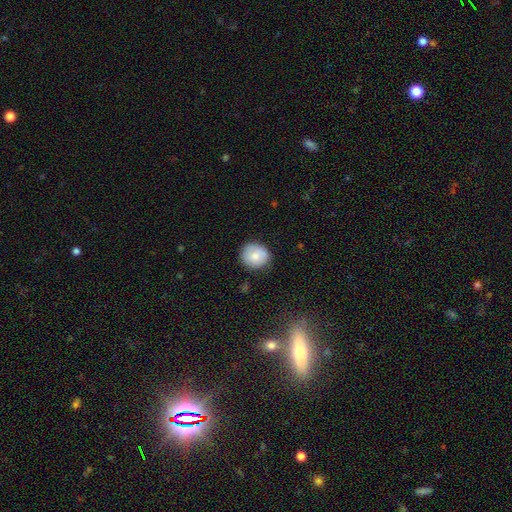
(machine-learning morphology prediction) A smooth galaxy with no disk features (80%) that is round (86%). Merging: none (83%).